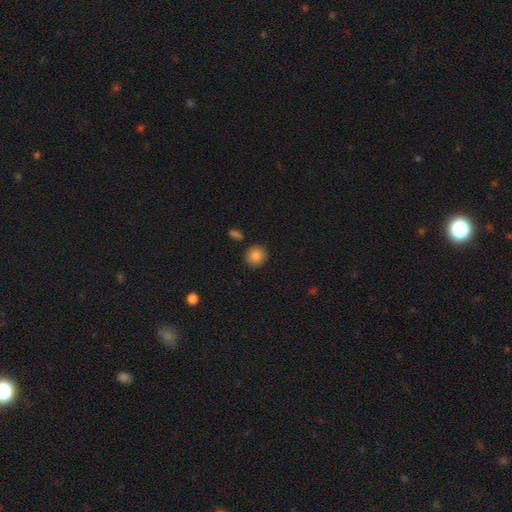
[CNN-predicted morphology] Smooth or featured?
  - smooth: 83% *
  - star or artifact: 9%
  - featured or disk: 8%
How rounded?
  - round: 86% *
  - in between: 13%
  - cigar-shaped: 1%
Merging?
  - none: 89% *
  - minor disturbance: 6%
  - merger: 3%
  - major disturbance: 2%